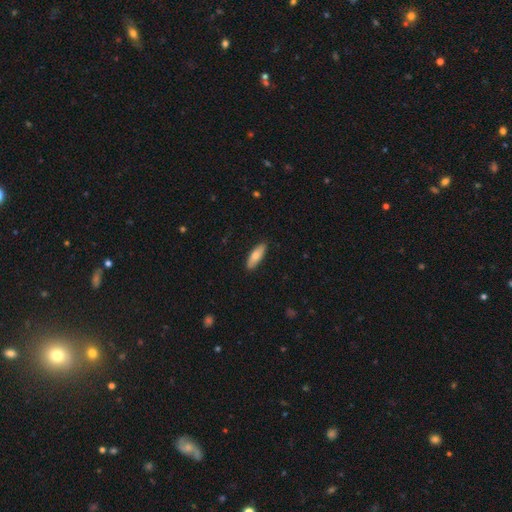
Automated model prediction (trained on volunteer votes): A smooth galaxy with no disk features (72%) that is in between round and cigar-shaped (57%).

Vote fractions:
- Smooth or featured? smooth: 72% / featured or disk: 22% / star or artifact: 6%
- How rounded? in between: 57% / cigar-shaped: 41% / round: 2%
- Merging? none: 87% / minor disturbance: 10% / major disturbance: 2% / merger: 1%